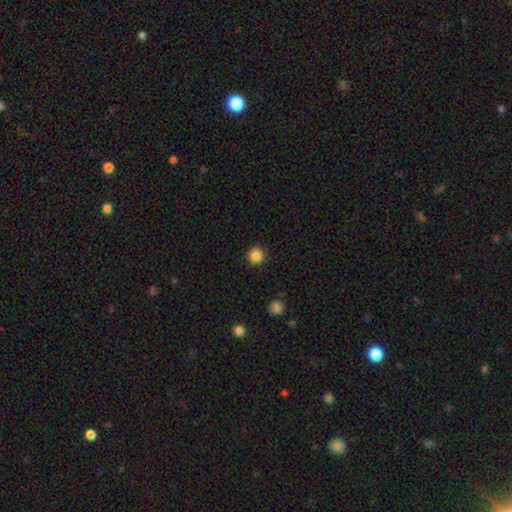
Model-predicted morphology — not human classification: smooth 86%, star or artifact 11%, featured or disk 3%. Down the decision tree: how rounded — round (95%); merging — none (92%).